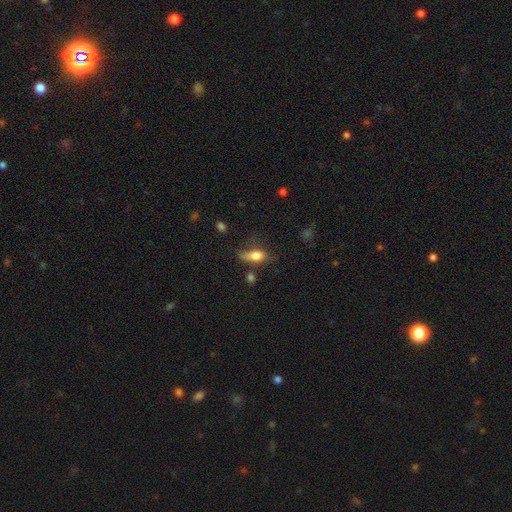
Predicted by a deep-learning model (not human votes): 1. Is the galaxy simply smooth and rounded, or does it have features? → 69% smooth, 22% featured or disk, 9% star or artifact.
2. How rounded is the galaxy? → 74% in between, 19% cigar-shaped, 7% round.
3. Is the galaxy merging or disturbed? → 44% none, 31% minor disturbance, 19% major disturbance, 6% merger.